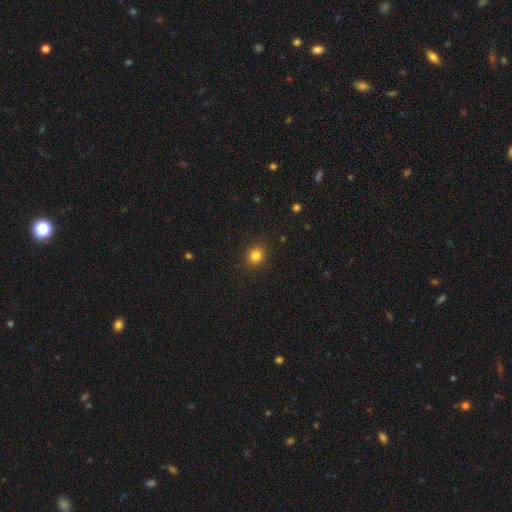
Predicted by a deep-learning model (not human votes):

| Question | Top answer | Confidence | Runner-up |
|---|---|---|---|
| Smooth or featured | smooth | 83% | star or artifact (12%) |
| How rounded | round | 78% | in between (21%) |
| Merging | none | 90% | minor disturbance (7%) |